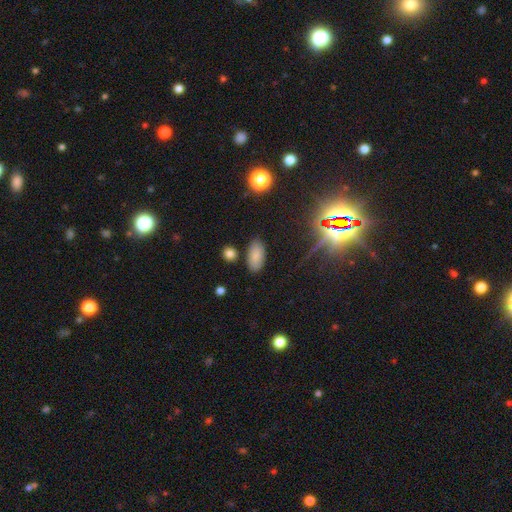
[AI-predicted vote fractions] This appears to be a smooth galaxy with no disk features (81%) that is in between round and cigar-shaped (93%). Merging: none (83%).